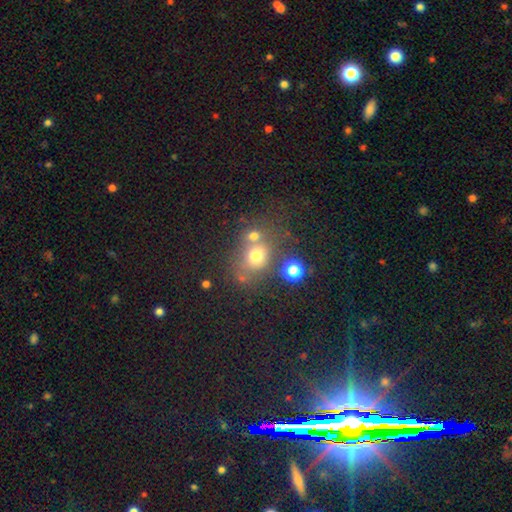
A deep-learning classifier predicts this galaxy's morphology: smooth-or-featured: smooth: 67% | star or artifact: 19% | featured or disk: 14%
  how-rounded: round: 69% | in between: 30% | cigar-shaped: 1%
  merging: none: 51% | merger: 29% | minor disturbance: 13% | major disturbance: 7%